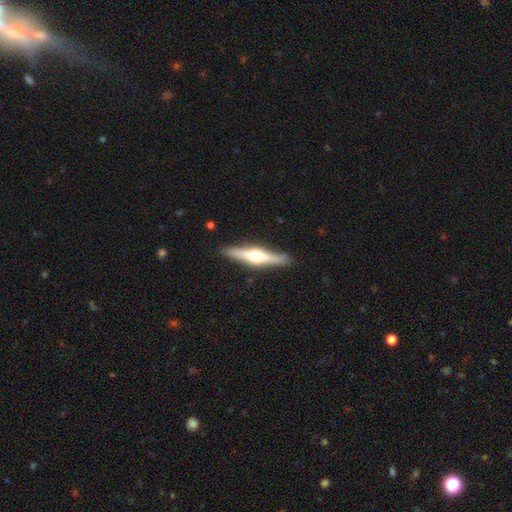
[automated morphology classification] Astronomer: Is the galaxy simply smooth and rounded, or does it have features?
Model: featured or disk — 68%.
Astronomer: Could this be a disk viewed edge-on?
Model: yes — 97%.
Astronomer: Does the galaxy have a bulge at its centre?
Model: rounded — 91%.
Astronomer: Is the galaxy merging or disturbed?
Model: none — 89%.